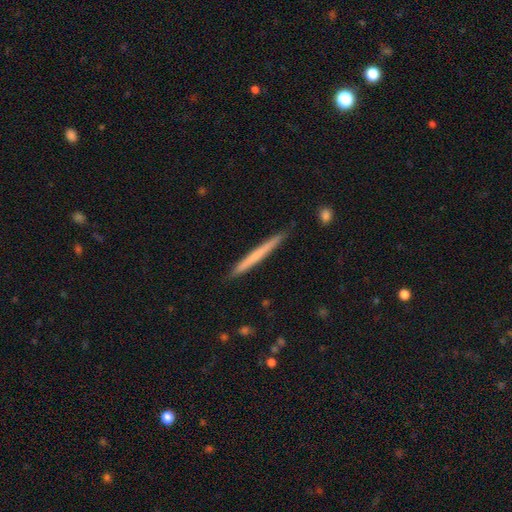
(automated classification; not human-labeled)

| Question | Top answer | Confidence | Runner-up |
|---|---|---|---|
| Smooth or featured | smooth | 59% | featured or disk (35%) |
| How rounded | cigar-shaped | 97% | in between (2%) |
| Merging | none | 90% | minor disturbance (7%) |